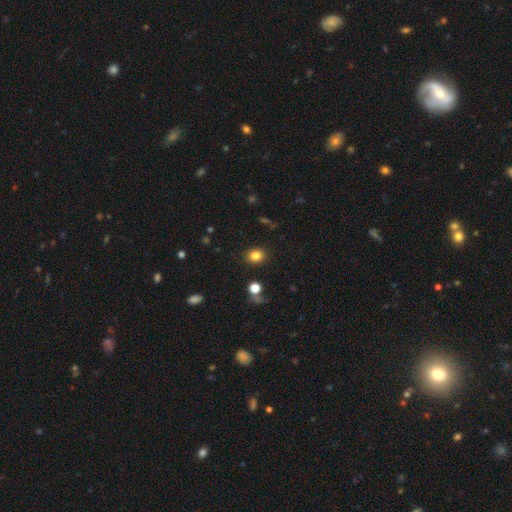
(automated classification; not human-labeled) Morphology: type=smooth (83%); roundness=round (60%); merging=none (87%).